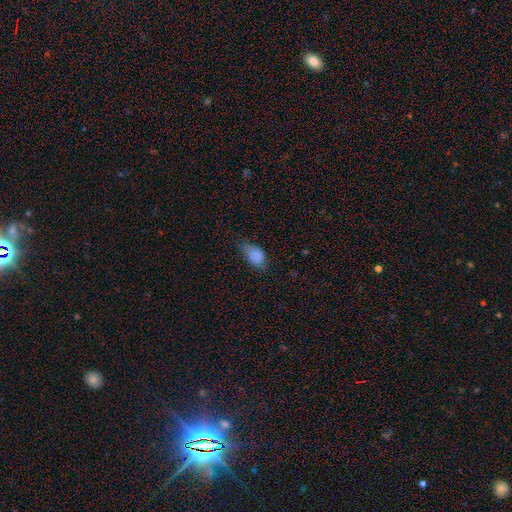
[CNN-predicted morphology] The model was most divided on "merging": none: 45%, minor disturbance: 39%, major disturbance: 14%, merger: 2%. More confident: how rounded — in between (89%); smooth or featured — smooth (80%).